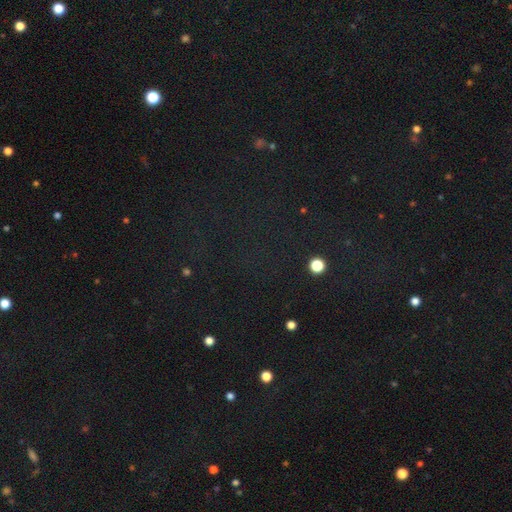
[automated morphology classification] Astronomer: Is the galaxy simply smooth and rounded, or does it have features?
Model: star or artifact — 72%.